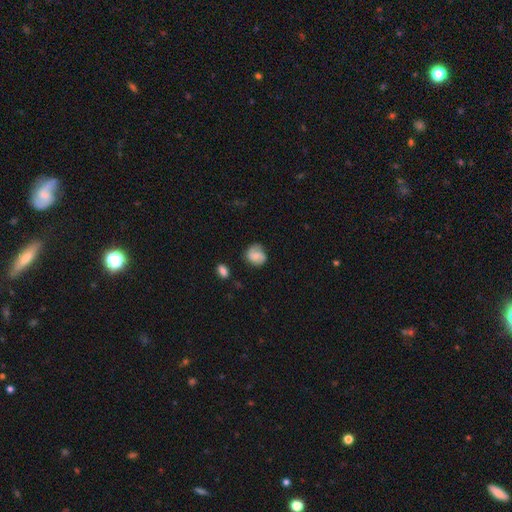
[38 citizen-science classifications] Overall: smooth (79%). How rounded: round (63%; in between 37%). Merging: none (62%; minor disturbance 38%).